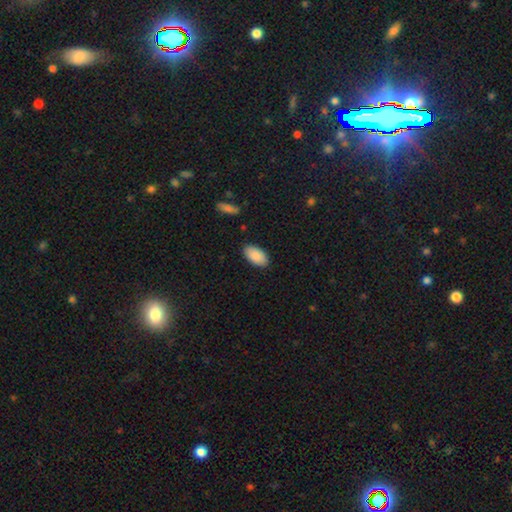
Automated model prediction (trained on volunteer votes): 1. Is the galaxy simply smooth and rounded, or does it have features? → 89% smooth, 6% star or artifact, 5% featured or disk.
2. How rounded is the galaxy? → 95% in between, 2% round, 2% cigar-shaped.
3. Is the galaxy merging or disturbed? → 87% none, 9% minor disturbance, 2% major disturbance, 1% merger.